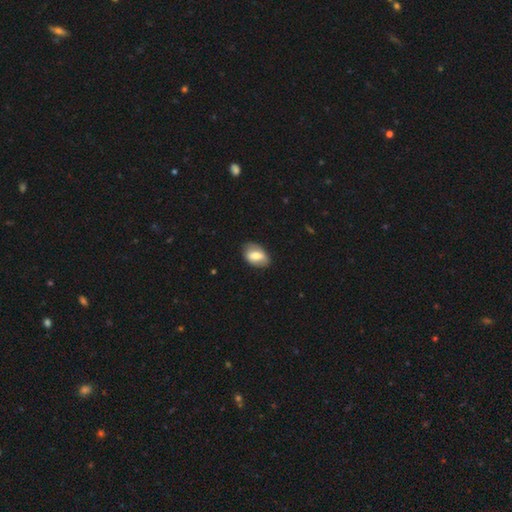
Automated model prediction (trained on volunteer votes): Q: Smooth or featured?
A: smooth (65%); runner-up: featured or disk (28%)
Q: How rounded?
A: in between (87%); runner-up: round (12%)
Q: Merging?
A: none (80%); runner-up: minor disturbance (15%)